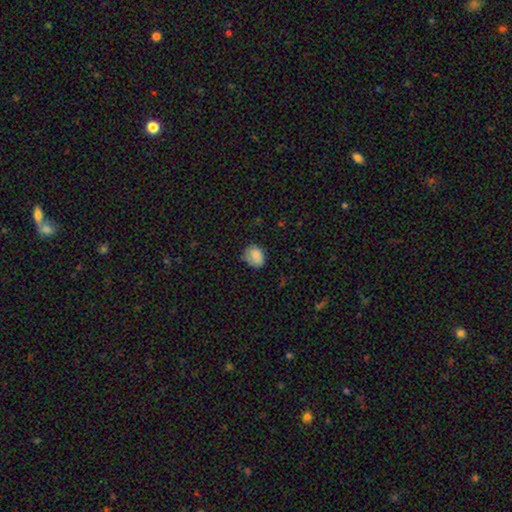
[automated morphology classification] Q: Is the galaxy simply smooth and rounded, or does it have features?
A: smooth — 83%.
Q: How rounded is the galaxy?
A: in between — 51%.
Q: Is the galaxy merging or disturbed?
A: none — 64%.